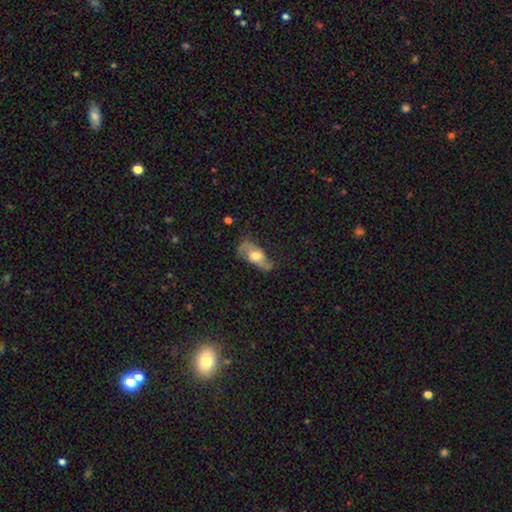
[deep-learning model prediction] A featured or disk galaxy (53%).

Vote fractions:
- Smooth or featured? featured or disk: 53% / smooth: 40% / star or artifact: 7%
- Edge-on disk? no: 83% / yes: 17%
- Merging? none: 53% / minor disturbance: 28% / major disturbance: 16% / merger: 2%